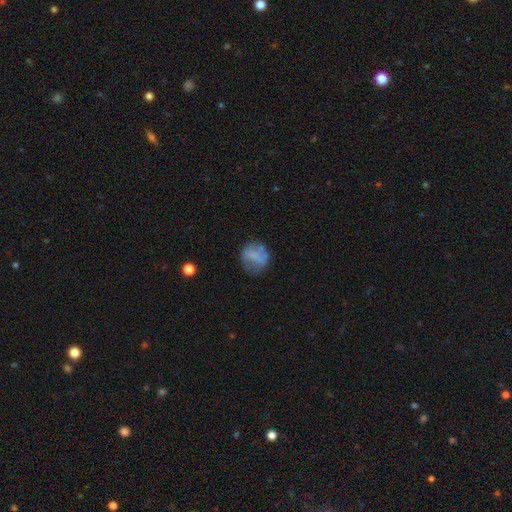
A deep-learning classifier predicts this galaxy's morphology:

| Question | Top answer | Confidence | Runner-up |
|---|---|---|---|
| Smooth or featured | smooth | 63% | featured or disk (26%) |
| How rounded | round | 73% | in between (26%) |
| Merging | none | 58% | minor disturbance (23%) |